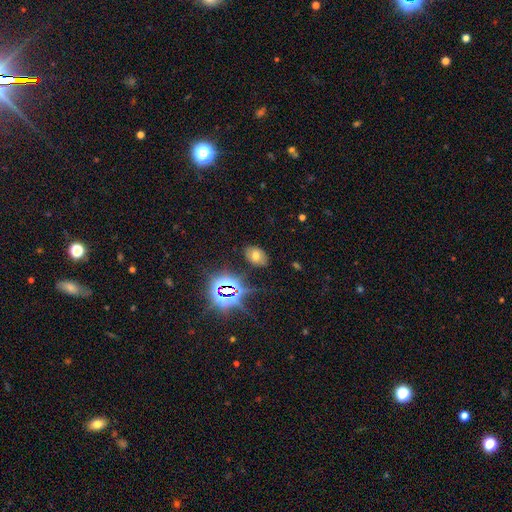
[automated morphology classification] The model was most divided on "smooth or featured": smooth: 56%, star or artifact: 28%, featured or disk: 16%. More confident: how rounded — in between (84%); merging — none (82%).